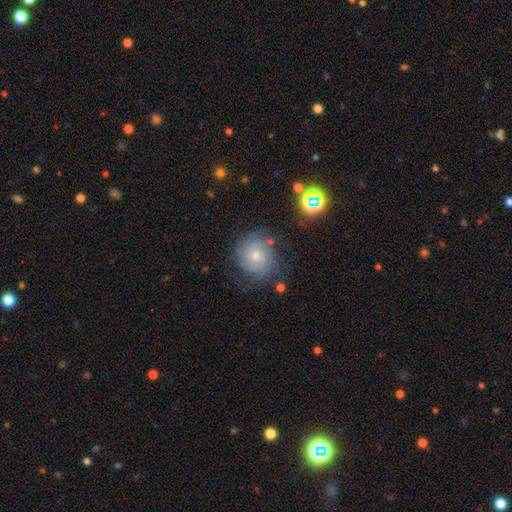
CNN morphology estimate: smooth-or-featured: featured or disk: 59% | smooth: 30% | star or artifact: 12%
  disk-edge-on: no: 97% | yes: 3%
    bar: no: 77% | weak: 20% | strong: 3%
    has-spiral-arms: yes: 88% | no: 12%
      spiral-winding: tight: 67% | medium: 26% | loose: 7%
      spiral-arm-count: can't tell: 41% | 2: 31% | 3: 14% | 4: 5% | 1: 5% | more than 4: 4%
    bulge-size: small: 50% | moderate: 44% | large: 3% | none: 2% | dominant: 1%
  merging: none: 71% | minor disturbance: 18% | major disturbance: 8% | merger: 3%